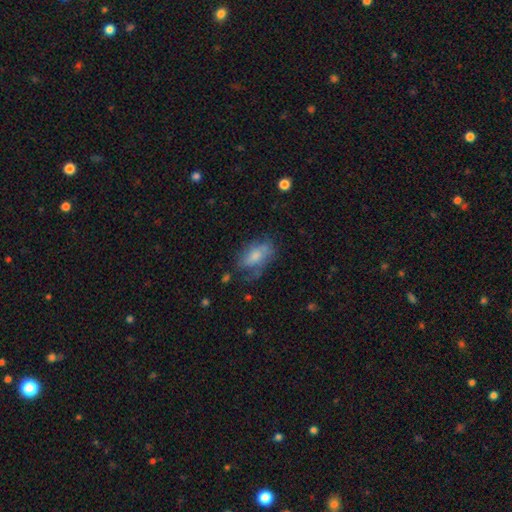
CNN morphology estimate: A smooth galaxy with no disk features (61%) that is in between round and cigar-shaped (87%). Merging: none (50%).